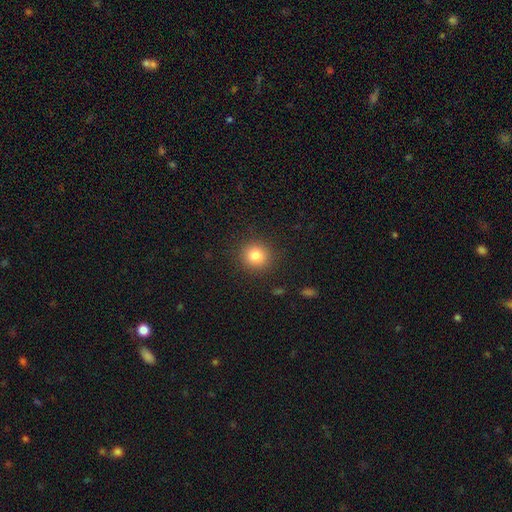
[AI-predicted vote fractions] Smooth or featured? Predicted: smooth (p=0.82). How rounded? Predicted: round (p=0.90). Merging? Predicted: none (p=0.89).